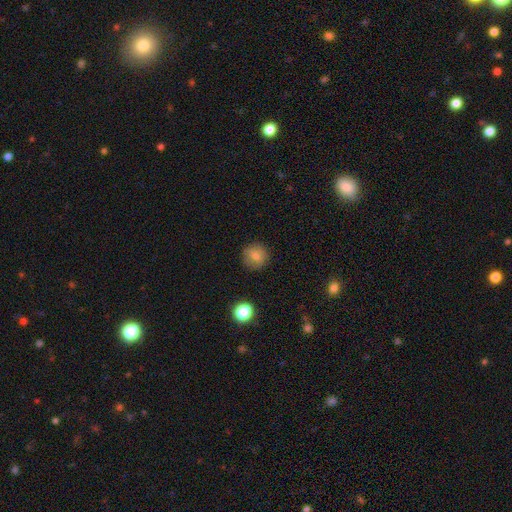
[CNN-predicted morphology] Smooth or featured? smooth (79%)
How rounded? round (91%)
Merging? none (86%)